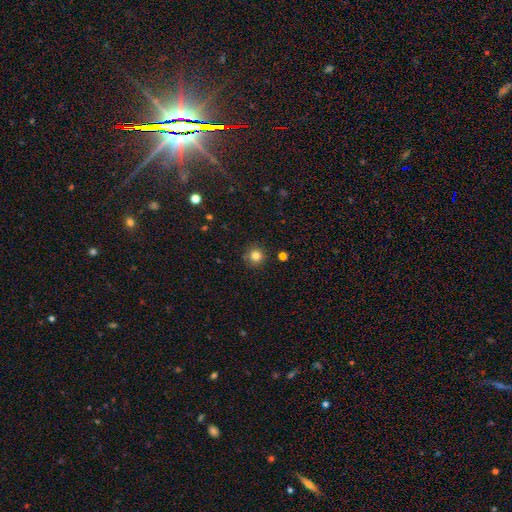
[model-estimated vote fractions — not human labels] smooth 82%, star or artifact 13%, featured or disk 6%. Down the decision tree: how rounded — round (94%); merging — none (87%).